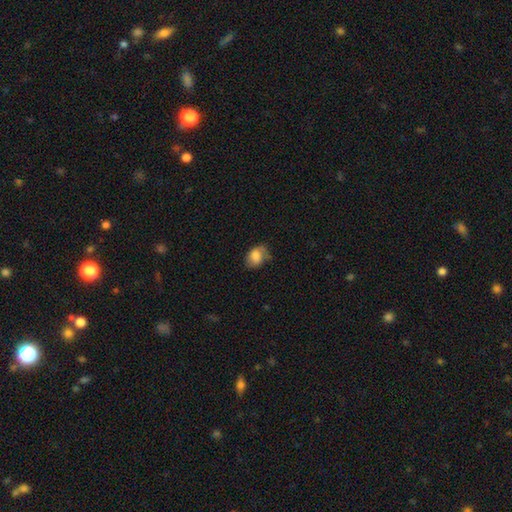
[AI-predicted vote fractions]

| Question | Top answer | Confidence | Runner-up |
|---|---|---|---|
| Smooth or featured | smooth | 73% | featured or disk (18%) |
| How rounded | in between | 71% | round (28%) |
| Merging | none | 58% | minor disturbance (30%) |